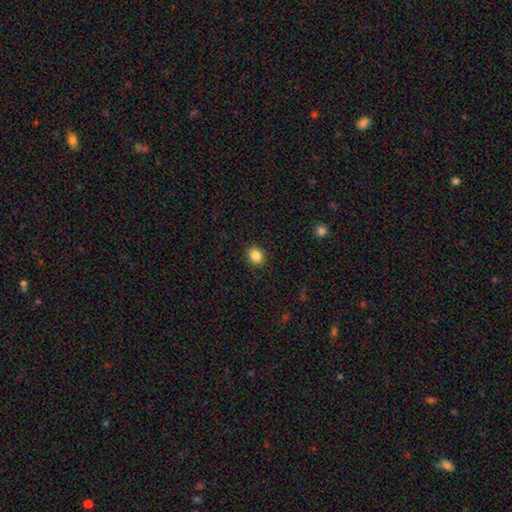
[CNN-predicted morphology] Smooth or featured? Predicted: smooth (p=0.86). How rounded? Predicted: round (p=0.54). Merging? Predicted: none (p=0.90).